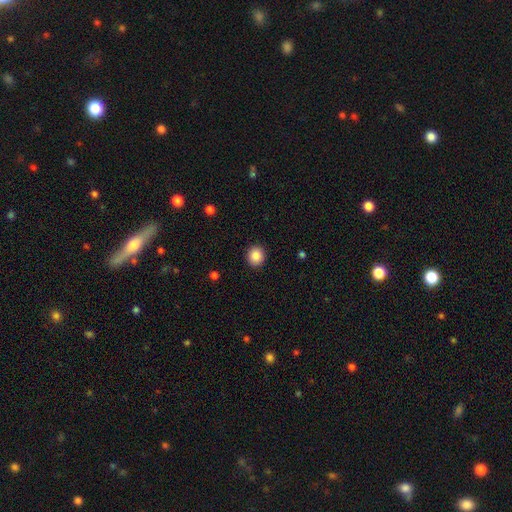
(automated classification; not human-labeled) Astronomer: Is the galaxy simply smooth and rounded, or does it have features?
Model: smooth — 86%.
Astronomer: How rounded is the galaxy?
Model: round — 81%.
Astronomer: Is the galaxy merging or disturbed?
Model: none — 92%.